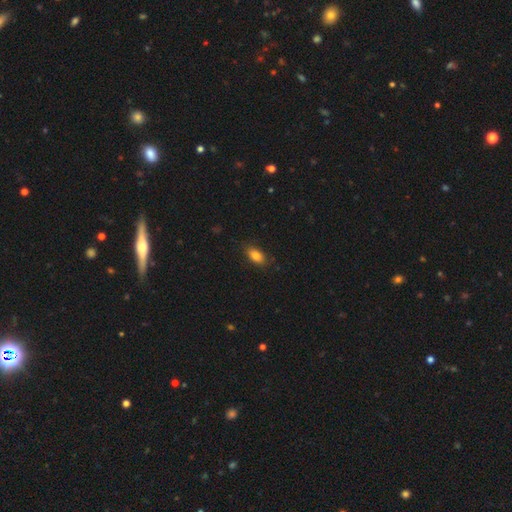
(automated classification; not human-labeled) The model was most divided on "merging": none: 82%, minor disturbance: 14%, major disturbance: 3%, merger: 1%. More confident: how rounded — in between (89%); smooth or featured — smooth (83%).